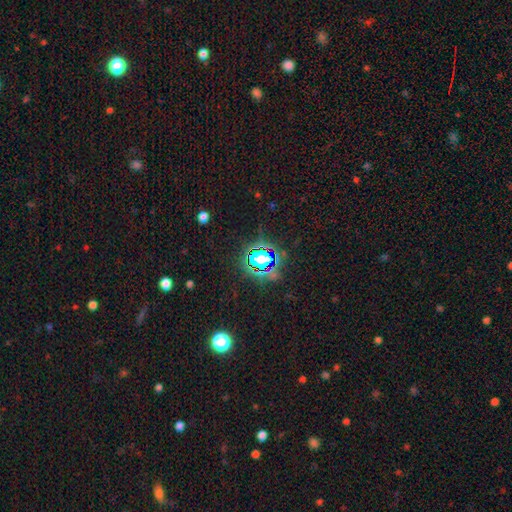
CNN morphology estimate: This appears to be a star or artifact, not a galaxy (74%).